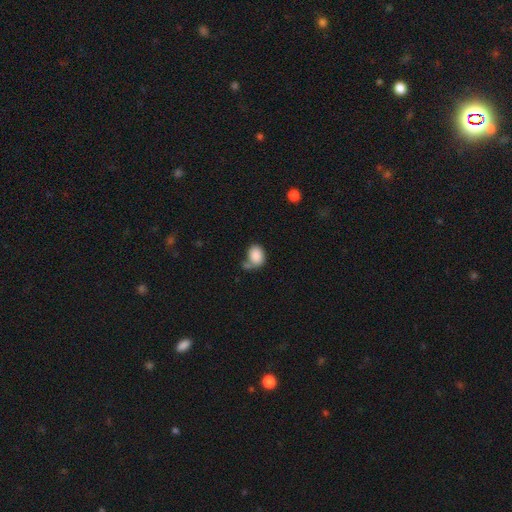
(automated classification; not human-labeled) Overall: smooth (86%). How rounded: in between (62%; round 37%). Merging: none (46%; merger 23%).